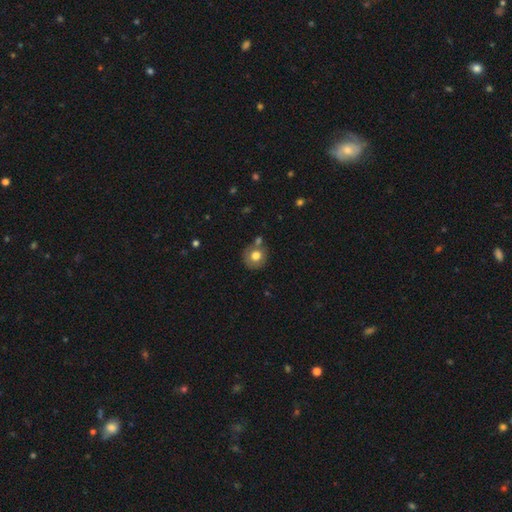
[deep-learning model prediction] Smooth or featured?
  - smooth: 73% *
  - featured or disk: 18%
  - star or artifact: 9%
How rounded?
  - round: 87% *
  - in between: 12%
  - cigar-shaped: 1%
Merging?
  - none: 65% *
  - merger: 15%
  - minor disturbance: 15%
  - major disturbance: 5%